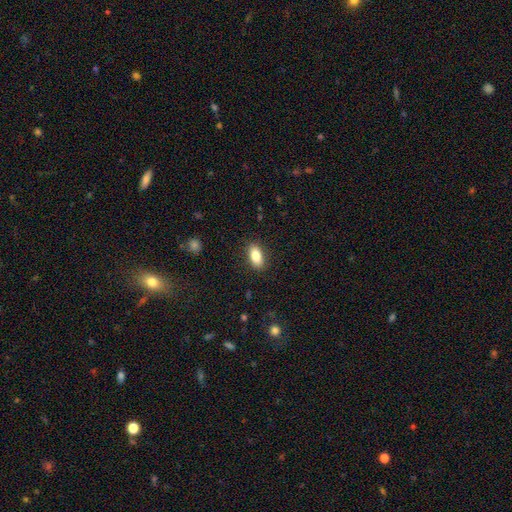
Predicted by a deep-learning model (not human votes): Morphology: type=smooth (84%); roundness=in between (89%); merging=none (87%).